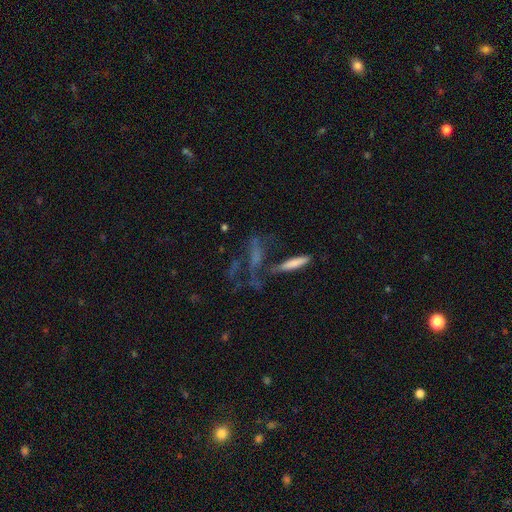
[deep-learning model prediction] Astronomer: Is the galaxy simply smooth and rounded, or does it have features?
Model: featured or disk — 46% (runner-up: smooth, 31%).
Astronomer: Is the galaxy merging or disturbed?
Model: none — 37% (runner-up: merger, 27%).